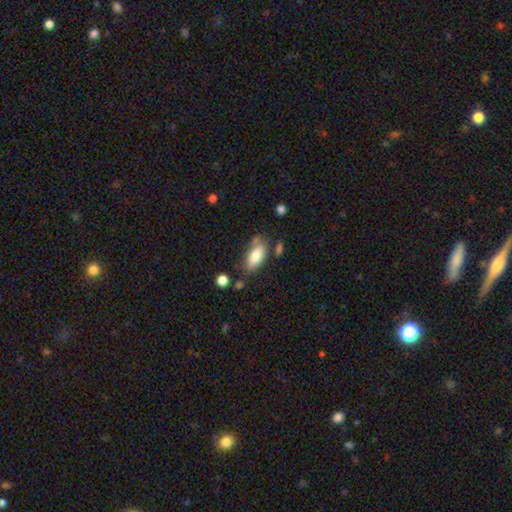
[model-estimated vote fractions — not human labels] This appears to be a smooth galaxy with no disk features (79%) that is in between round and cigar-shaped (89%). Merging: none (66%).